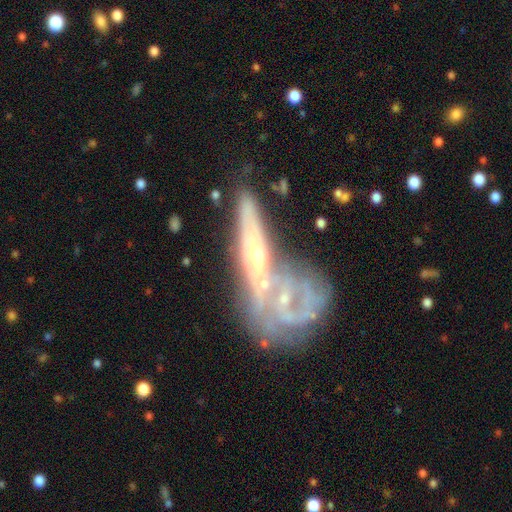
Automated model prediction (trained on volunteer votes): Morphology: type=featured or disk (73%); edge-on=no (59%); merging=merger (46%).